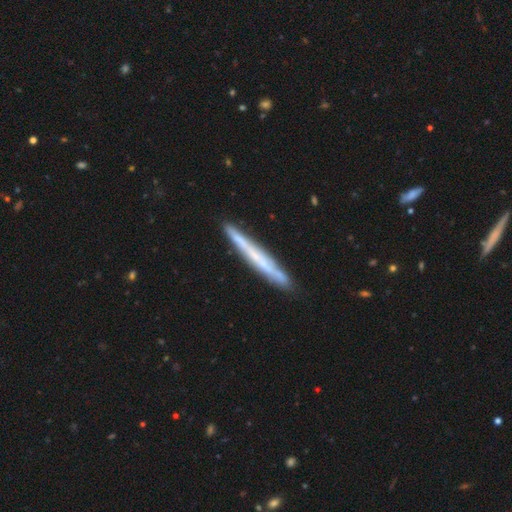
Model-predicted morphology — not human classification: Smooth or featured?
  - featured or disk: 57% *
  - smooth: 37%
  - star or artifact: 6%
Edge-on disk?
  - yes: 93% *
  - no: 7%
Edge-on bulge?
  - none: 81% *
  - rounded: 13%
  - boxy: 6%
Merging?
  - none: 87% *
  - minor disturbance: 10%
  - merger: 2%
  - major disturbance: 2%